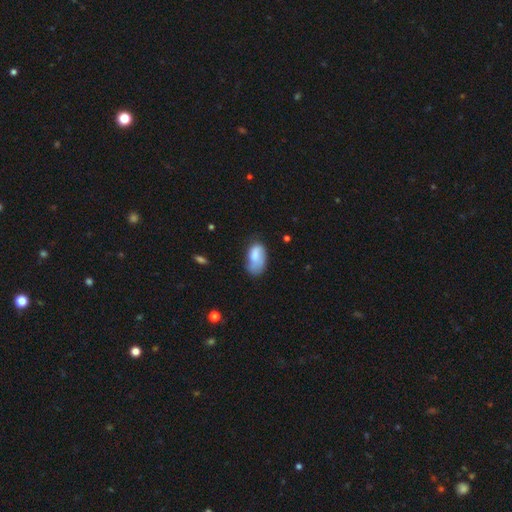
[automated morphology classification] Overall: smooth (74%). How rounded: in between (93%). Merging: none (42%; minor disturbance 36%).